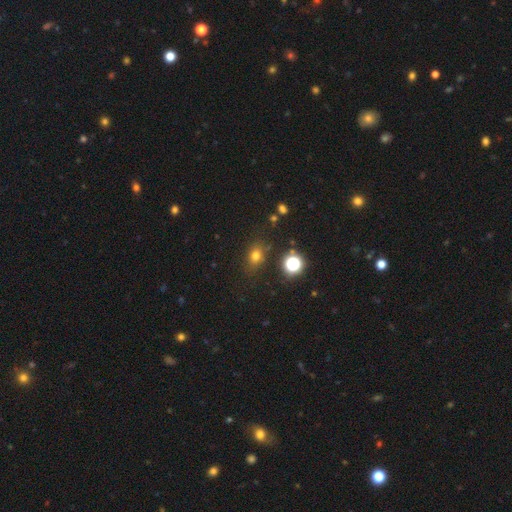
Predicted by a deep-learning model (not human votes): smooth 72%, star or artifact 21%, featured or disk 8%. Down the decision tree: how rounded — round (51%); merging — none (78%).